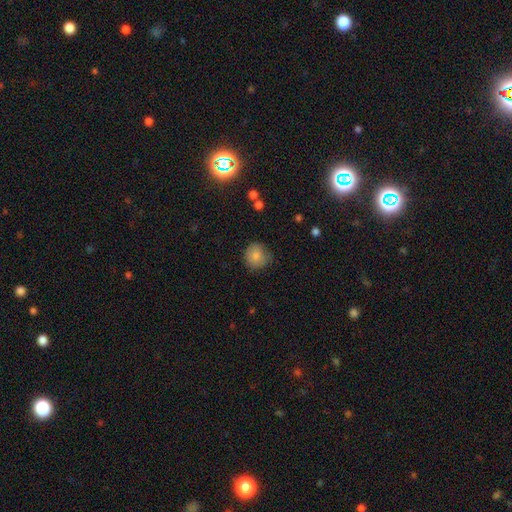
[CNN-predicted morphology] smooth 84%, star or artifact 9%, featured or disk 7%. Down the decision tree: how rounded — round (89%); merging — none (75%).